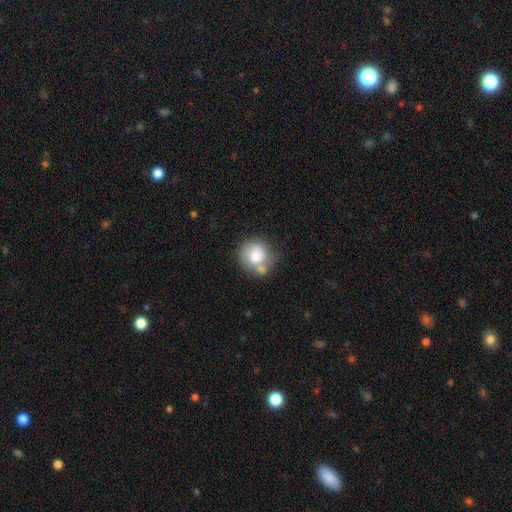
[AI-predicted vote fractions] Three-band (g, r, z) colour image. It shows a smooth galaxy with no disk features (63%) that is round (76%). Merging: none (42%).